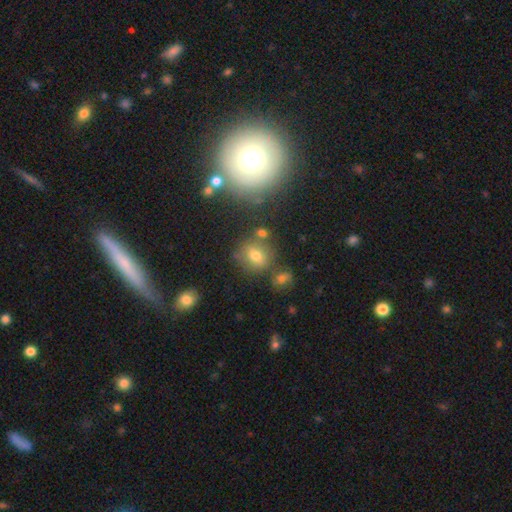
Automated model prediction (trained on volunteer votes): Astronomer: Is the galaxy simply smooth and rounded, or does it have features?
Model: smooth — 66%.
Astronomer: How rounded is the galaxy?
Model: round — 72%.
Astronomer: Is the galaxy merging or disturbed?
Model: none — 72%.